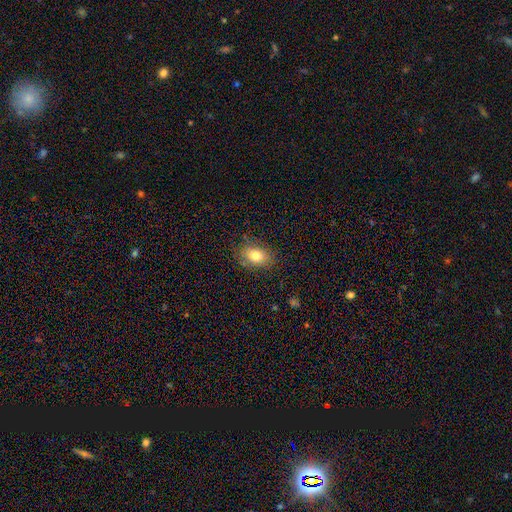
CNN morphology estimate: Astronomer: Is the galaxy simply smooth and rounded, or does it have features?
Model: smooth — 79%.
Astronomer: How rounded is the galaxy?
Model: in between — 78%.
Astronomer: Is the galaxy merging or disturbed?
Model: none — 82%.